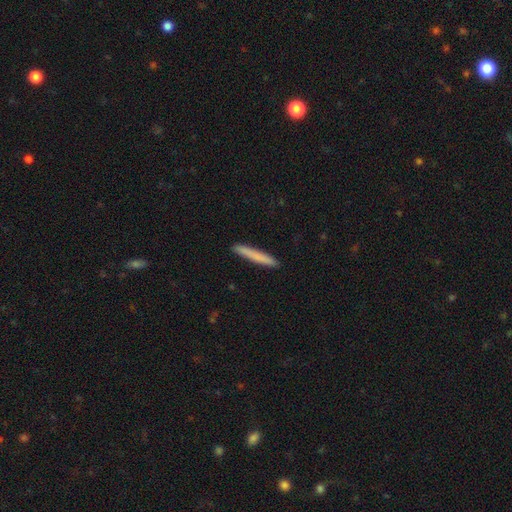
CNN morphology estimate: smooth 78%, featured or disk 17%, star or artifact 6%. Down the decision tree: how rounded — cigar-shaped (96%); merging — none (92%).